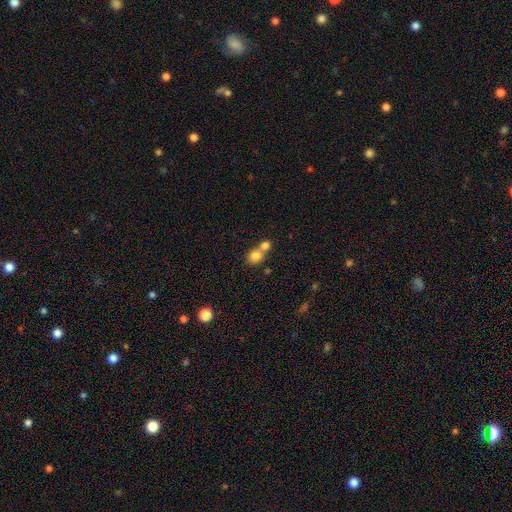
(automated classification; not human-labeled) smooth_or_featured: smooth (p=0.79) [alt: featured or disk p=0.11]
how_rounded: round (p=0.70) [alt: in between p=0.28]
merging: merger (p=0.60) [alt: none p=0.31]